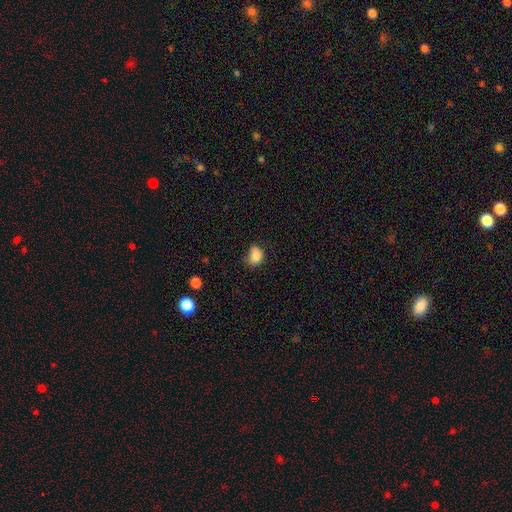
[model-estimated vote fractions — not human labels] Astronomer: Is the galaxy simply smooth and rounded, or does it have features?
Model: smooth — 83%.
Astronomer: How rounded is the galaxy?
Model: in between — 58% (runner-up: round, 40%).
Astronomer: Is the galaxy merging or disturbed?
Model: none — 45% (runner-up: minor disturbance, 39%).